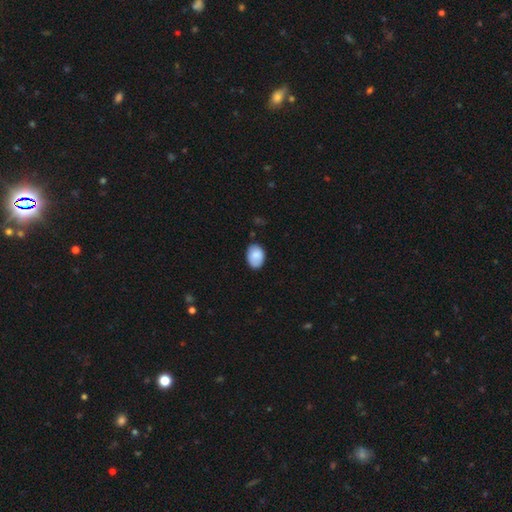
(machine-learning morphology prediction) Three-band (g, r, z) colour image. It shows a smooth galaxy with no disk features (86%) that is in between round and cigar-shaped (80%). Merging: none (78%).